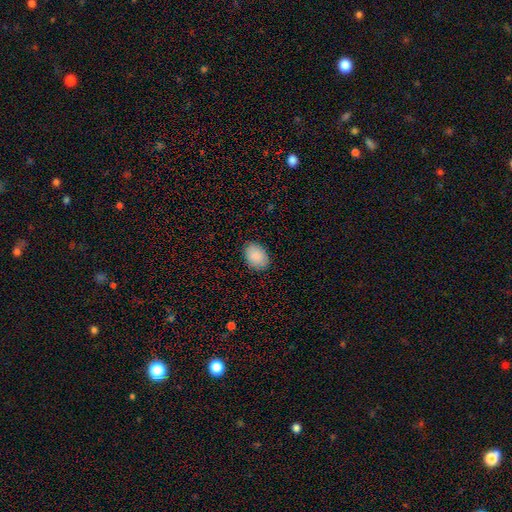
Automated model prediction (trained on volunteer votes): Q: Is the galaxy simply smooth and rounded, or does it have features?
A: smooth — 89%.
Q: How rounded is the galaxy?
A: in between — 81%.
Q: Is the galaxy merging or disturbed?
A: none — 87%.